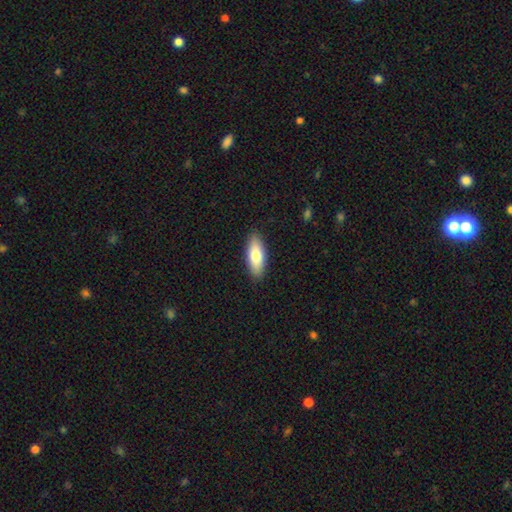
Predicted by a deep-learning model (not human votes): A smooth galaxy with no disk features (75%) that is in between round and cigar-shaped (73%). Merging: none (89%).